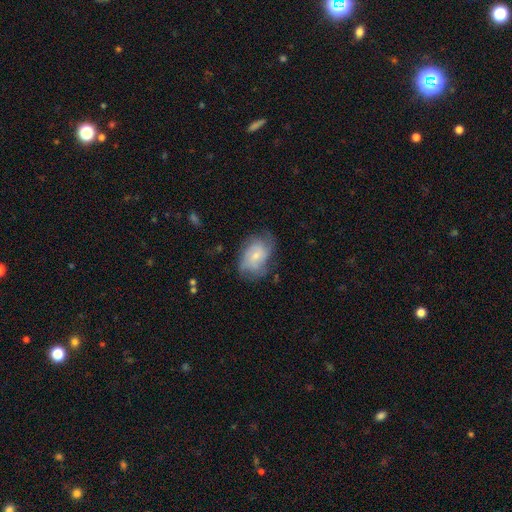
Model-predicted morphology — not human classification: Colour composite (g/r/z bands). It shows a featured or disk galaxy (48%). Merging: none (57%).